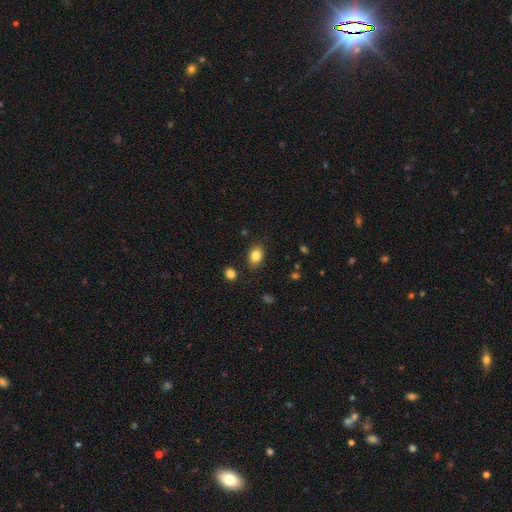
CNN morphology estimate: Q: Smooth or featured?
A: smooth (84%); runner-up: star or artifact (9%)
Q: How rounded?
A: in between (74%); runner-up: round (25%)
Q: Merging?
A: none (85%); runner-up: minor disturbance (10%)